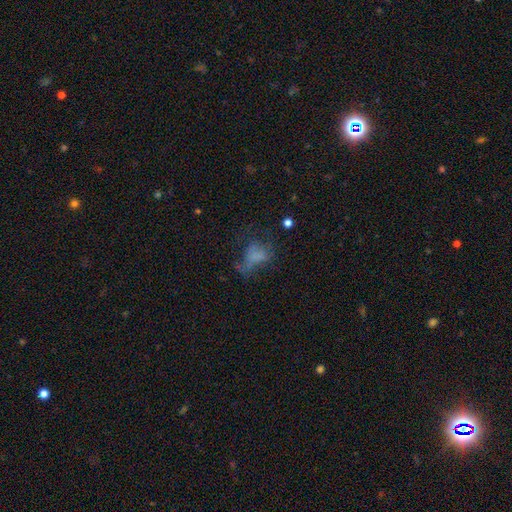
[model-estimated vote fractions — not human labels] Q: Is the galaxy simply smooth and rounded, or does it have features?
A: smooth — 50%.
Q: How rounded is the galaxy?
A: in between — 74%.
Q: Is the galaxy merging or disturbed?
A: major disturbance — 46%.